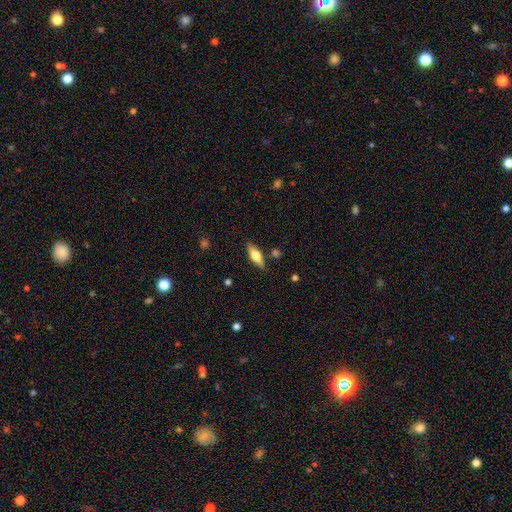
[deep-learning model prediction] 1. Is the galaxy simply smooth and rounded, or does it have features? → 51% smooth, 42% featured or disk, 6% star or artifact.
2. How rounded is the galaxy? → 56% in between, 41% cigar-shaped, 3% round.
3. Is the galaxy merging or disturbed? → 84% none, 11% minor disturbance, 3% merger, 2% major disturbance.